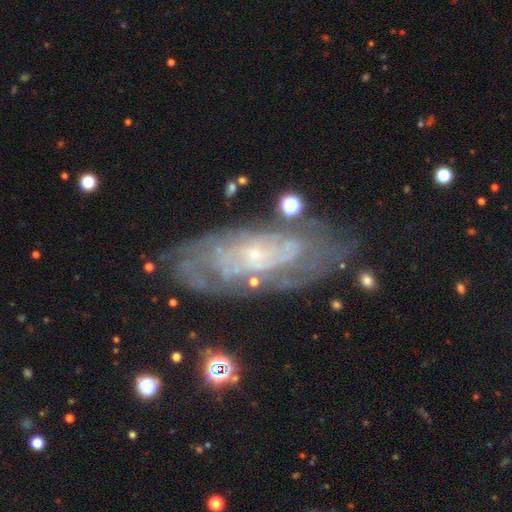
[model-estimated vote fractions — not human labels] This appears to be a featured or disk galaxy (84%) with no bar (73%), tight (72%) spiral arms (93%) and a small central bulge (80%). Merging: none (74%).